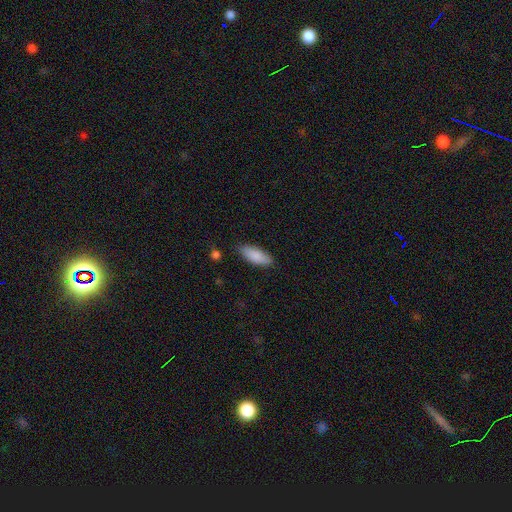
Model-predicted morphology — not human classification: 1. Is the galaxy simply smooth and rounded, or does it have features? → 87% smooth, 7% featured or disk, 6% star or artifact.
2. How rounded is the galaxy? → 75% in between, 24% cigar-shaped, 2% round.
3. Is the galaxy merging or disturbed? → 82% none, 13% minor disturbance, 3% major disturbance, 2% merger.